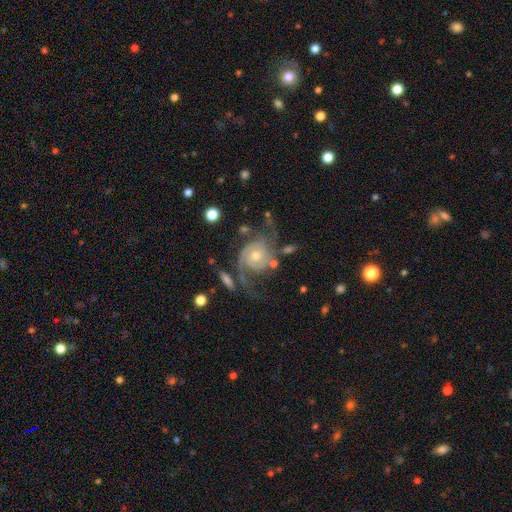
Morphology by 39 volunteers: featured or disk 90%, smooth 5%, star or artifact 5%. Down the decision tree: edge-on disk — no (97%); bar — no (74%); spiral arms — yes (97%); spiral arm count — 2 (52%); spiral winding — medium (39%); bulge size — moderate (62%); merging — none (46%).